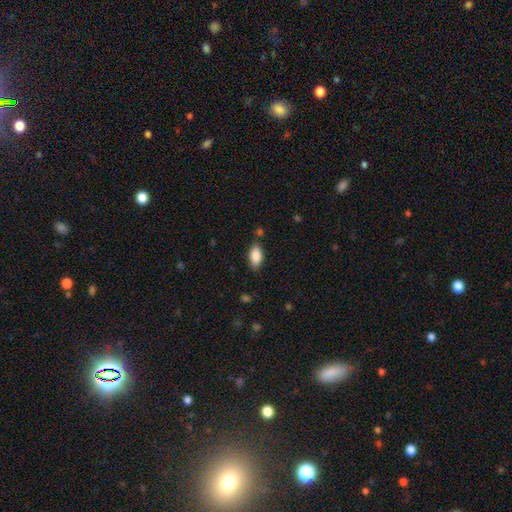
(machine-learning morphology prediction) smooth_or_featured: smooth (p=0.87) [alt: star or artifact p=0.07]
how_rounded: in between (p=0.90) [alt: cigar-shaped p=0.08]
merging: none (p=0.81) [alt: minor disturbance p=0.14]